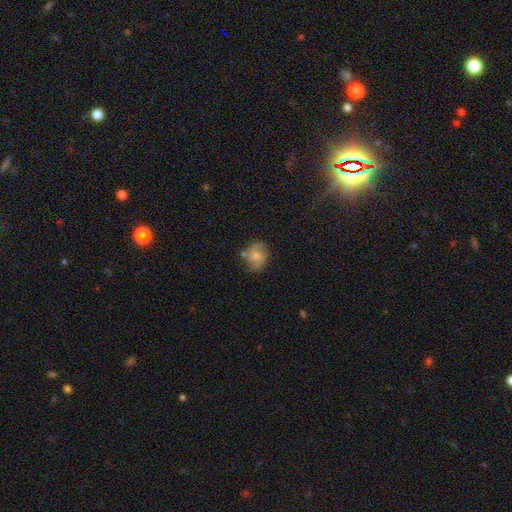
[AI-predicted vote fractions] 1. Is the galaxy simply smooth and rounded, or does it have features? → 59% smooth, 33% featured or disk, 9% star or artifact.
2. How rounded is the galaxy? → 60% round, 39% in between, 1% cigar-shaped.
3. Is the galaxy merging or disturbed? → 58% none, 27% minor disturbance, 8% merger, 7% major disturbance.